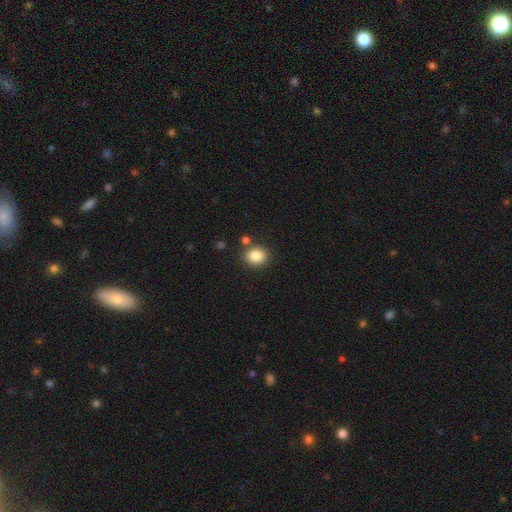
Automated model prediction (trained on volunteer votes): smooth 86%, star or artifact 9%, featured or disk 5%. Down the decision tree: how rounded — round (61%); merging — none (81%).